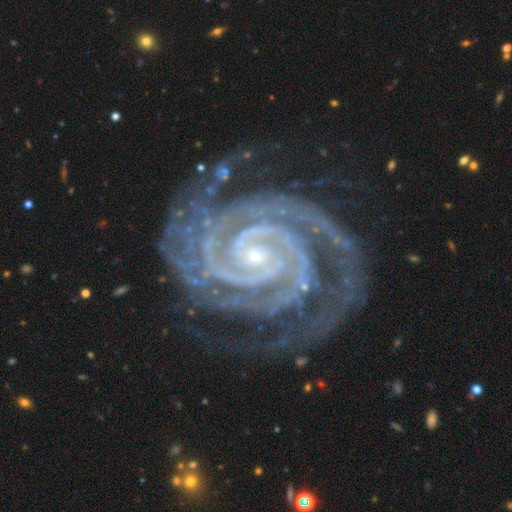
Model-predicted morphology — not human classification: A featured or disk galaxy (94%) with no bar (52%), 2 (59%) tight (87%) spiral arms (99%) and a small central bulge (80%).

Vote fractions:
- Smooth or featured? featured or disk: 94% / star or artifact: 4% / smooth: 2%
- Edge-on disk? no: 98% / yes: 2%
- Bar? no: 52% / weak: 28% / strong: 21%
- Spiral arms? yes: 99% / no: 1%
- Spiral winding? tight: 87% / medium: 12% / loose: 2%
- Spiral arm count? 2: 59% / 3: 14% / 4: 8% / can't tell: 7% / more than 4: 6% / 1: 6%
- Bulge size? small: 80% / moderate: 16% / none: 2% / large: 1% / dominant: 1%
- Merging? none: 74% / minor disturbance: 17% / major disturbance: 7% / merger: 2%